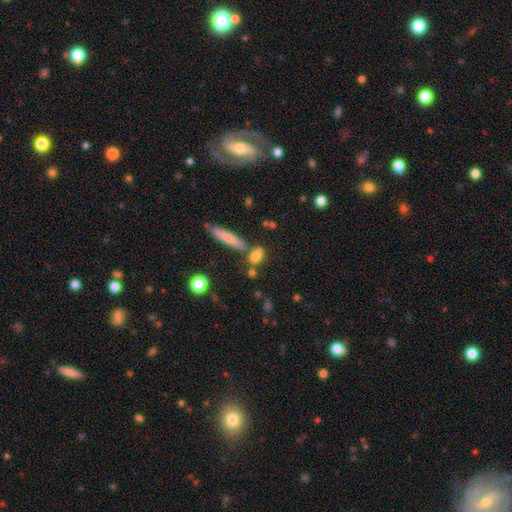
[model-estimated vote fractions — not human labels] This appears to be a smooth galaxy with no disk features (75%) that is in between round and cigar-shaped (51%). Merging: none (60%).